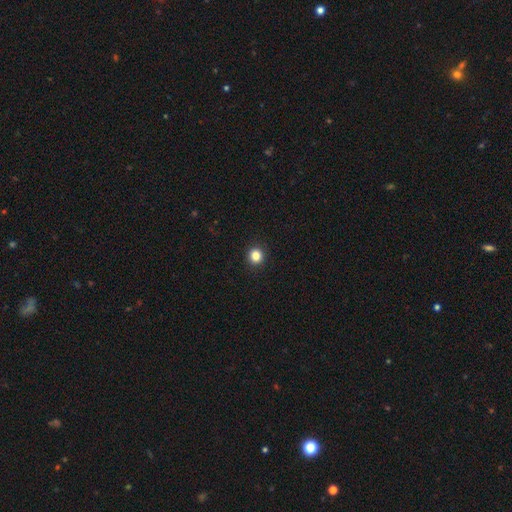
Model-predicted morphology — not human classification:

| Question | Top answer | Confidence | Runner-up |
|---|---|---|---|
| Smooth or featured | smooth | 84% | star or artifact (12%) |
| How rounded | round | 92% | in between (7%) |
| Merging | none | 93% | minor disturbance (4%) |